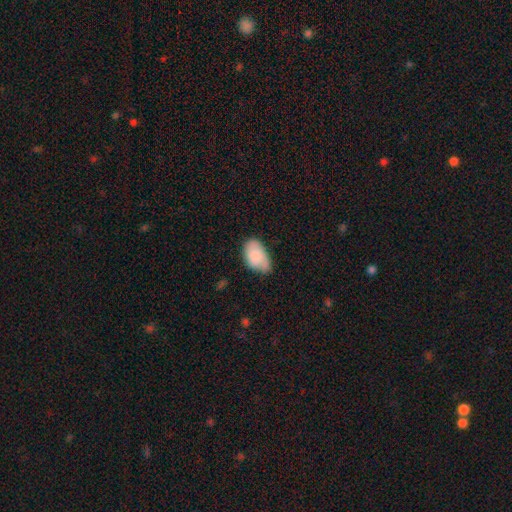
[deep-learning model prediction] Q: Smooth or featured?
A: smooth (81%); runner-up: featured or disk (13%)
Q: How rounded?
A: in between (92%); runner-up: round (6%)
Q: Merging?
A: none (49%); runner-up: minor disturbance (39%)